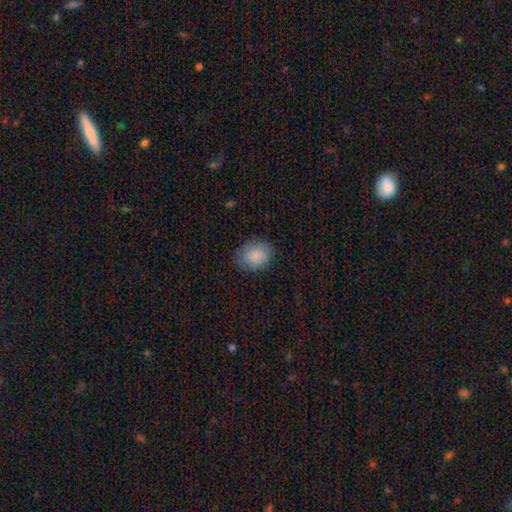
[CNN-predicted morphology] A smooth galaxy with no disk features (86%) that is round (50%). Merging: none (78%).